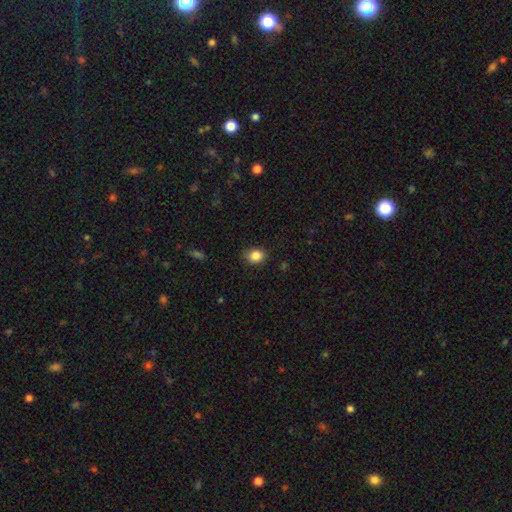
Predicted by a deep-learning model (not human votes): Morphology: type=smooth (86%); roundness=round (52%); merging=none (82%).